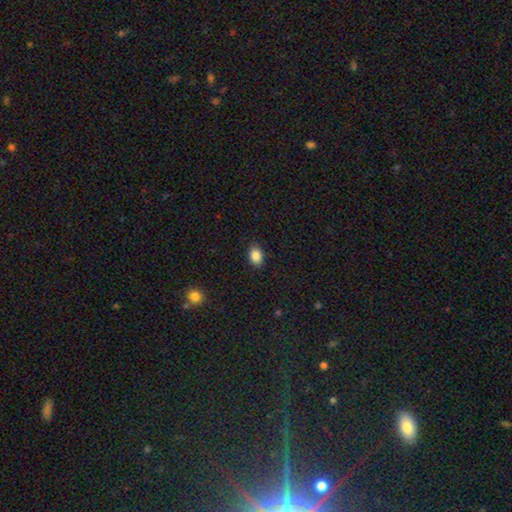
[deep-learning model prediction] This is clearly a smooth galaxy (87%). How rounded: likely in between (78%). Merging: clearly none (88%).